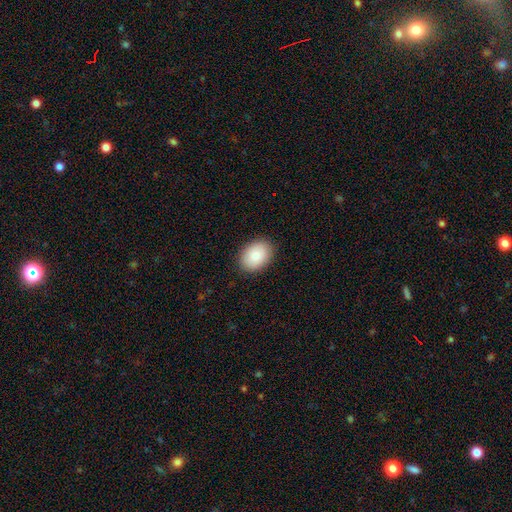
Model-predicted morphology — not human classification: Overall: smooth (85%). How rounded: in between (80%). Merging: none (89%).